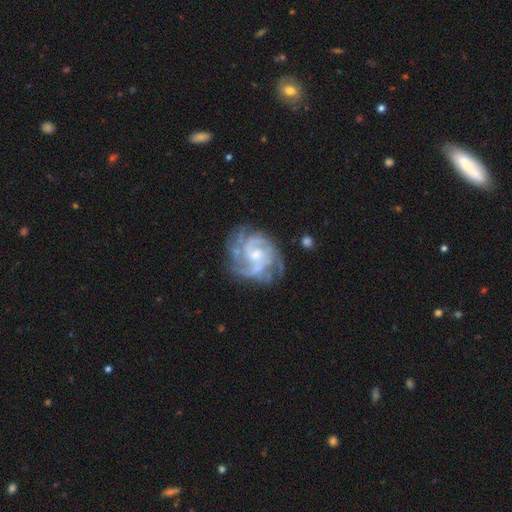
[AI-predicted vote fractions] featured or disk 90%, smooth 5%, star or artifact 5%. Down the decision tree: edge-on disk — no (98%); bar — no (57%); spiral arms — yes (97%); spiral arm count — 3 (31%); spiral winding — tight (52%); bulge size — small (51%); merging — none (70%).